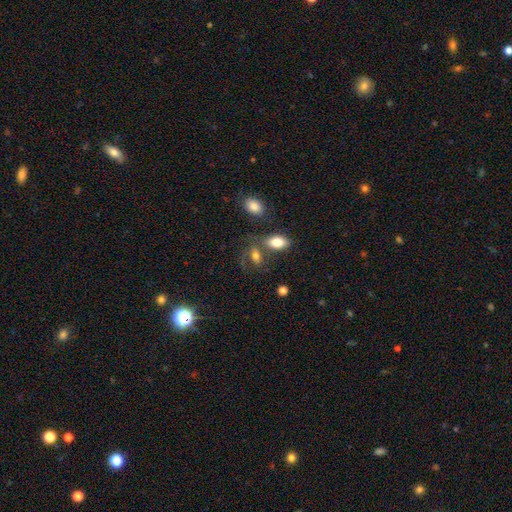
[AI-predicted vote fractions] smooth-or-featured: smooth: 66% | featured or disk: 23% | star or artifact: 11%
  how-rounded: in between: 84% | round: 11% | cigar-shaped: 5%
  merging: none: 52% | merger: 21% | minor disturbance: 16% | major disturbance: 10%